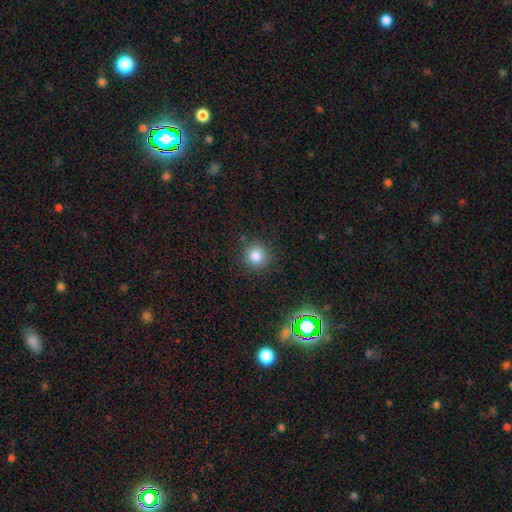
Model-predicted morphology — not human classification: A smooth galaxy with no disk features (82%) that is round (94%).

Vote fractions:
- Smooth or featured? smooth: 82% / star or artifact: 13% / featured or disk: 5%
- How rounded? round: 94% / in between: 5% / cigar-shaped: 1%
- Merging? none: 89% / minor disturbance: 7% / major disturbance: 3% / merger: 2%